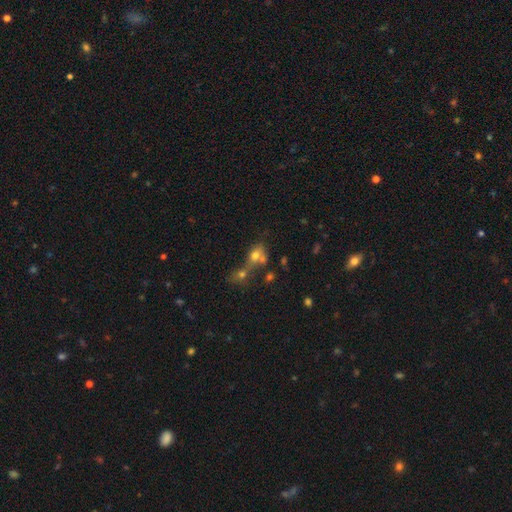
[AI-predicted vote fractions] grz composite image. It shows a smooth galaxy with no disk features (69%) that is in between round and cigar-shaped (54%). Merging: merger (65%).